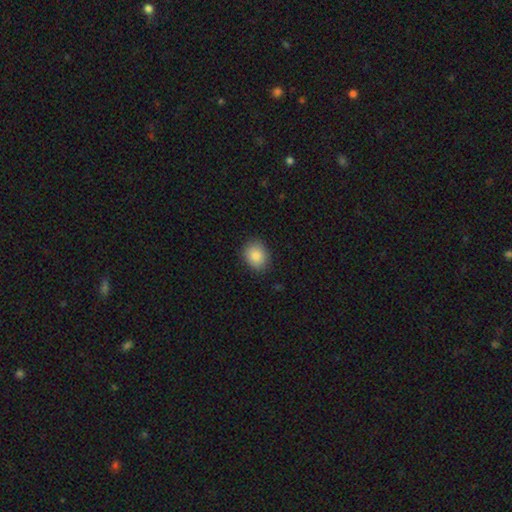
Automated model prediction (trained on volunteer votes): smooth-or-featured: smooth: 87% | star or artifact: 8% | featured or disk: 5%
  how-rounded: round: 52% | in between: 47% | cigar-shaped: 1%
  merging: none: 86% | minor disturbance: 11% | major disturbance: 3% | merger: 1%